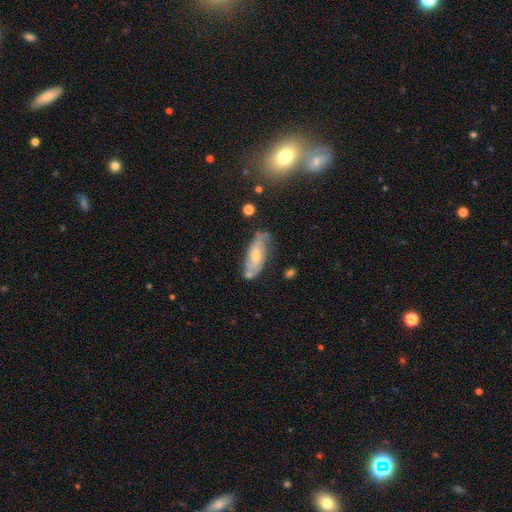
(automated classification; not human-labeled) Smooth or featured?
  - featured or disk: 48% *
  - smooth: 46%
  - star or artifact: 7%
Merging?
  - none: 58% *
  - minor disturbance: 26%
  - merger: 9%
  - major disturbance: 7%